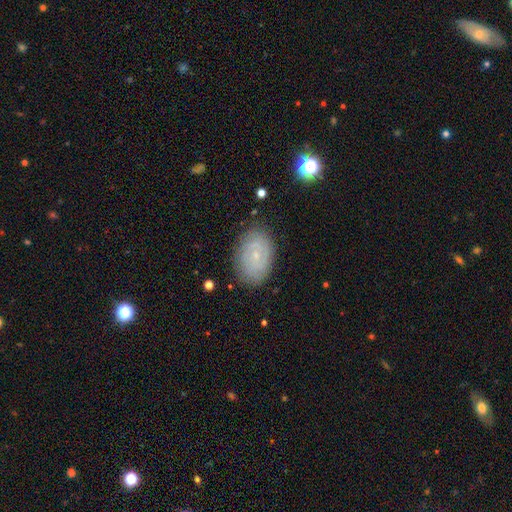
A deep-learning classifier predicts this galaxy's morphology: The model was most divided on "smooth or featured": featured or disk: 62%, smooth: 28%, star or artifact: 10%. More confident: edge-on disk — no (96%); bulge size — small (83%); spiral arms — yes (83%); merging — none (82%); bar — no (70%).